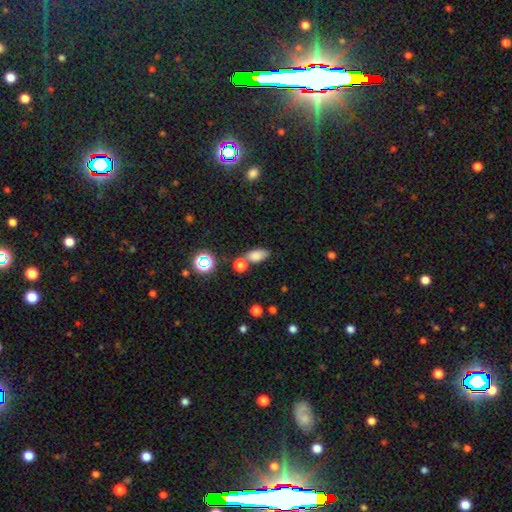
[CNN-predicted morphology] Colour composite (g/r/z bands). It shows a smooth galaxy with no disk features (77%) that is in between round and cigar-shaped (83%). Merging: none (60%).